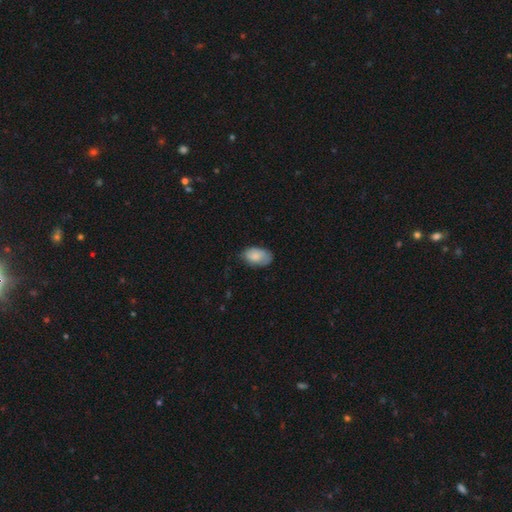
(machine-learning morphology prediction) Smooth or featured? smooth (80%)
How rounded? in between (92%)
Merging? none (63%)